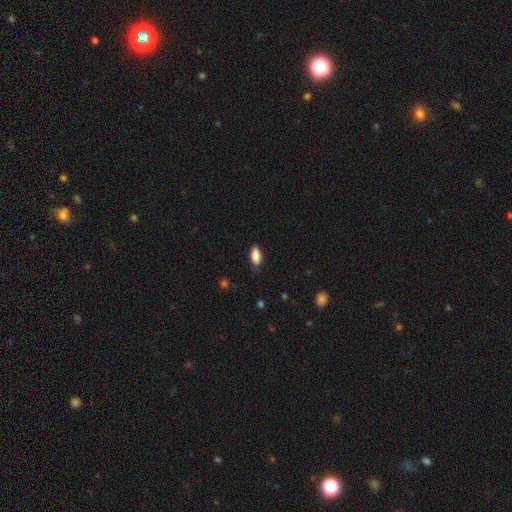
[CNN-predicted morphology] The model was most divided on "merging": none: 75%, minor disturbance: 20%, major disturbance: 3%, merger: 1%. More confident: how rounded — in between (88%); smooth or featured — smooth (88%).